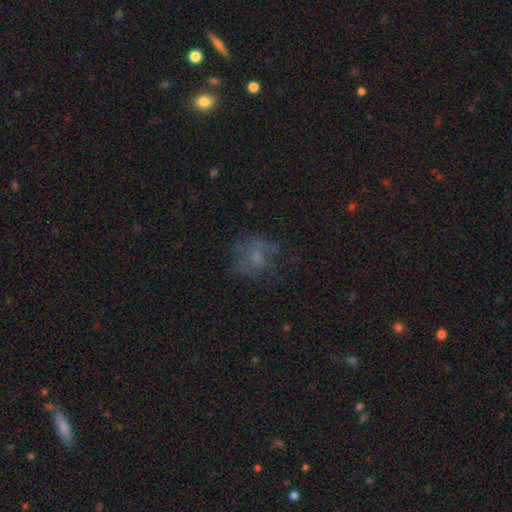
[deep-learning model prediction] Morphology: type=smooth (43%); merging=none (50%).